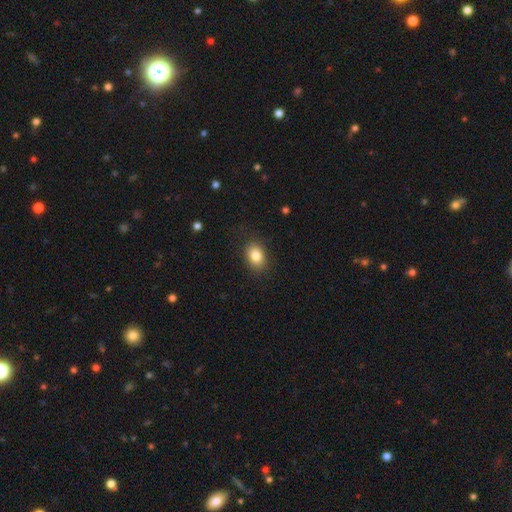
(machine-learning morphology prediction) A smooth galaxy with no disk features (84%) that is in between round and cigar-shaped (72%).

Vote fractions:
- Smooth or featured? smooth: 84% / star or artifact: 9% / featured or disk: 7%
- How rounded? in between: 72% / round: 27% / cigar-shaped: 1%
- Merging? none: 85% / minor disturbance: 11% / major disturbance: 3% / merger: 1%